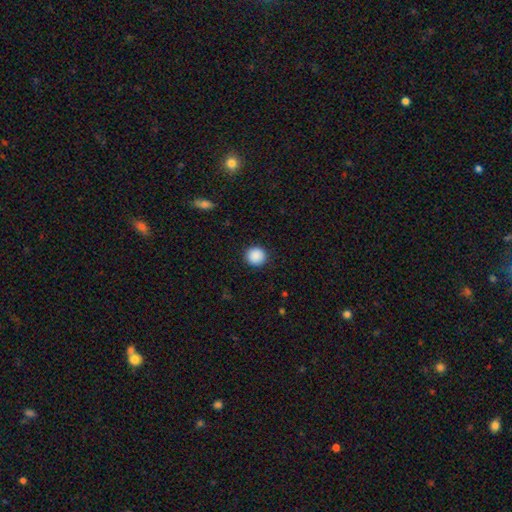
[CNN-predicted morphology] Q: Smooth or featured?
A: smooth (90%); runner-up: star or artifact (8%)
Q: How rounded?
A: round (95%); runner-up: in between (4%)
Q: Merging?
A: none (92%); runner-up: minor disturbance (5%)